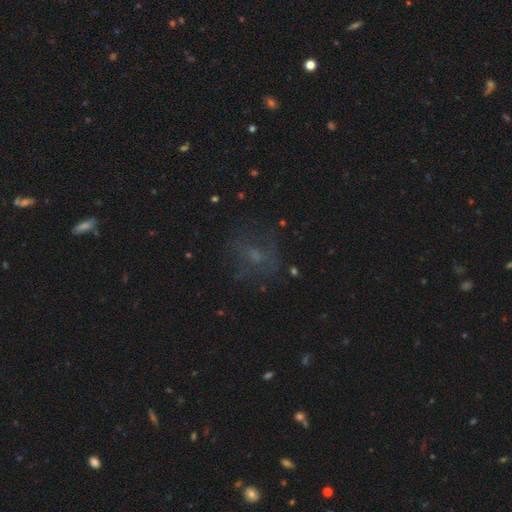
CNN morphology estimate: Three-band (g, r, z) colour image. It shows a smooth galaxy with no disk features (37%). Merging: none (64%).